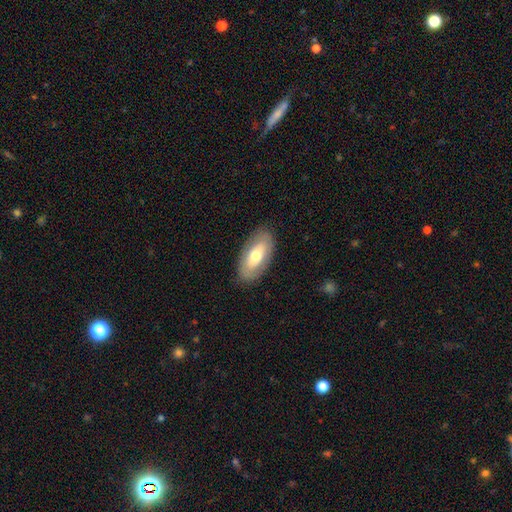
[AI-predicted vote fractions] This appears to be a smooth galaxy with no disk features (59%) that is in between round and cigar-shaped (92%). Merging: none (85%).